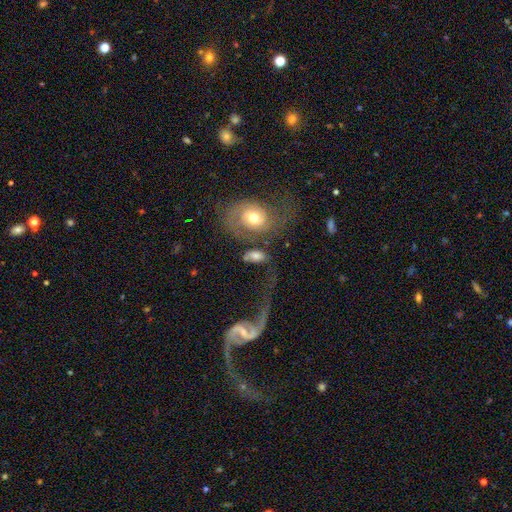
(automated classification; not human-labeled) Morphology: type=smooth (47%); merging=none (32%).